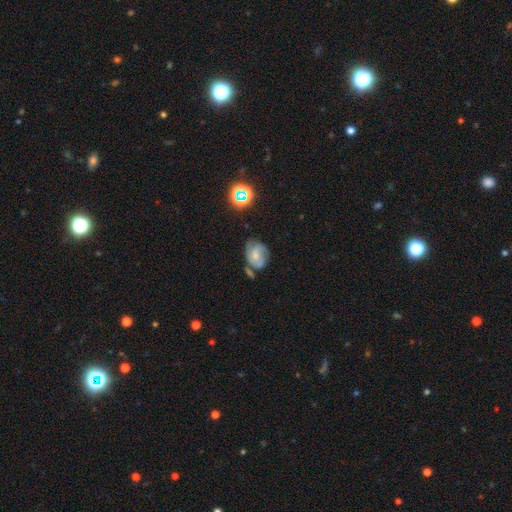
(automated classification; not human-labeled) smooth-or-featured: featured or disk: 52% | smooth: 37% | star or artifact: 12%
  disk-edge-on: no: 97% | yes: 3%
  merging: none: 49% | minor disturbance: 28% | merger: 11% | major disturbance: 11%